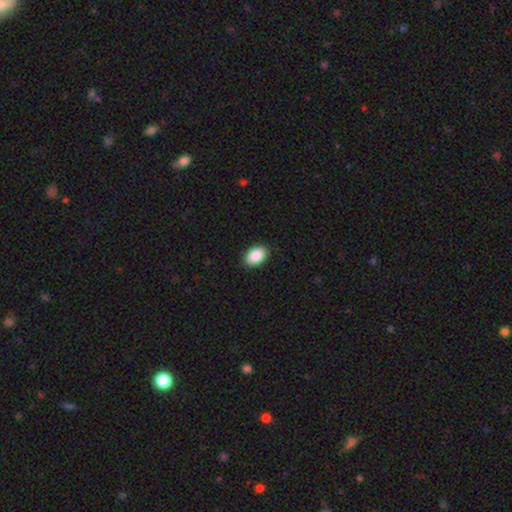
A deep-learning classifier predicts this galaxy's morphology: Overall: smooth (89%). How rounded: in between (87%). Merging: none (90%).